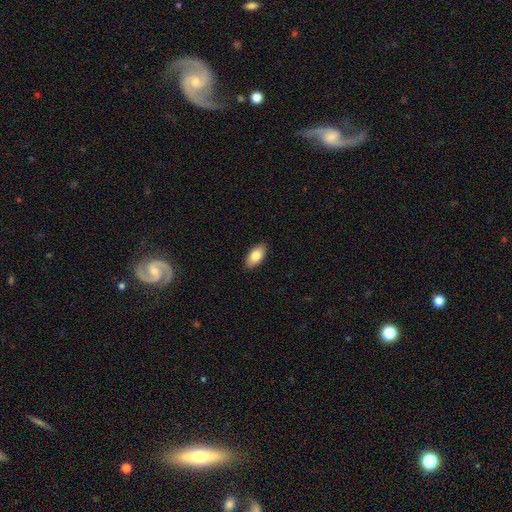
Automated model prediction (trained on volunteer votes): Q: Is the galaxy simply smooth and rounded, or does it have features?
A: smooth — 82%.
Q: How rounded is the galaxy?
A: in between — 93%.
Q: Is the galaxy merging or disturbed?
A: none — 89%.